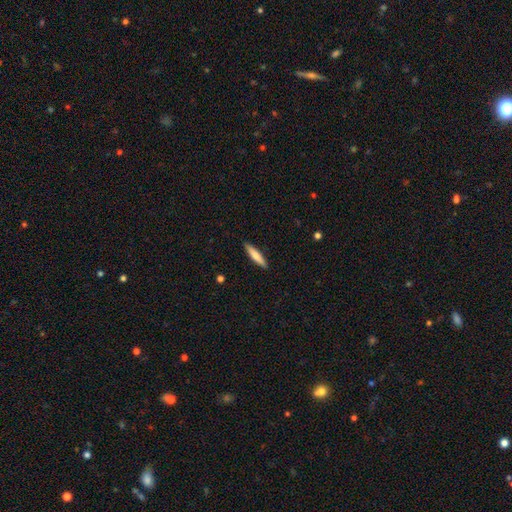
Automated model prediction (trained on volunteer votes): smooth_or_featured: smooth (p=0.69) [alt: featured or disk p=0.25]
how_rounded: cigar-shaped (p=0.87) [alt: in between p=0.11]
merging: none (p=0.91) [alt: minor disturbance p=0.07]